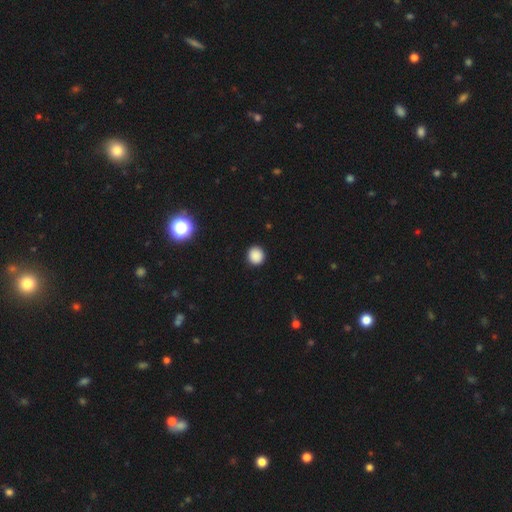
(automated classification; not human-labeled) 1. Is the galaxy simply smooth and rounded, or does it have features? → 87% smooth, 11% star or artifact, 3% featured or disk.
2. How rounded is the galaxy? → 88% round, 11% in between, 1% cigar-shaped.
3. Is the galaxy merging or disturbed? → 91% none, 6% minor disturbance, 2% major disturbance, 1% merger.